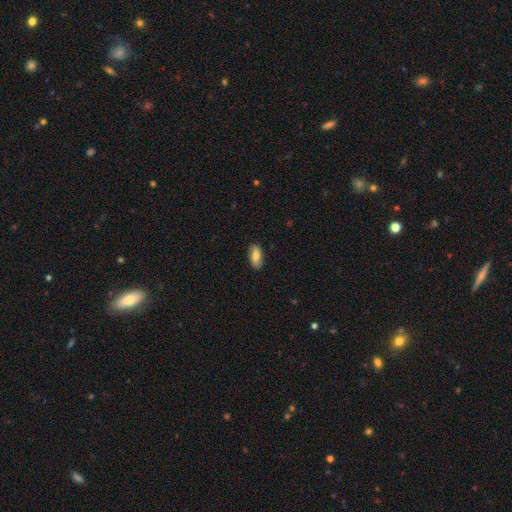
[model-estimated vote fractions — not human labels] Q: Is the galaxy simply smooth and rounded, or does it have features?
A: smooth — 72%.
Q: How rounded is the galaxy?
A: in between — 87%.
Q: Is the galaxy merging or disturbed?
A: none — 86%.